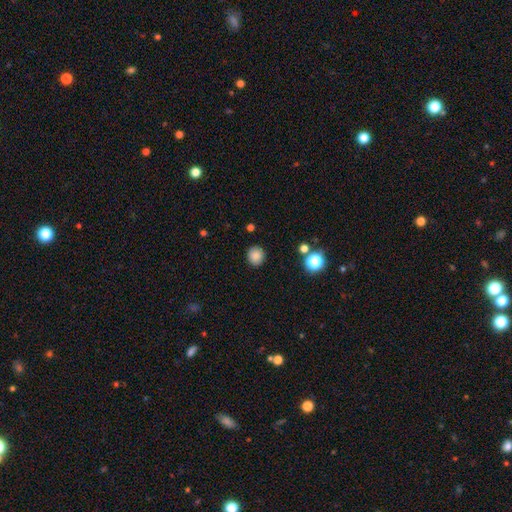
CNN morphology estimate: This is clearly a smooth galaxy (84%). How rounded: clearly round (88%). Merging: clearly none (89%).